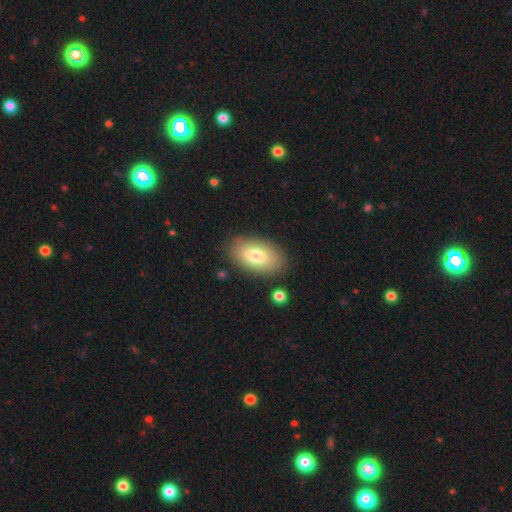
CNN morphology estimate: This is likely a smooth galaxy (77%). How rounded: clearly in between (94%). Merging: clearly none (84%).